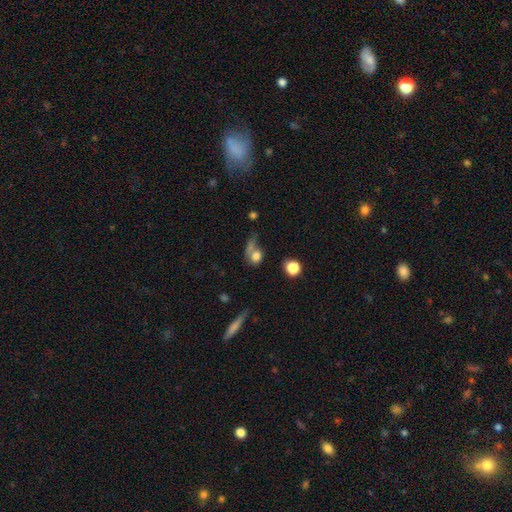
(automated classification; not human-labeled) A smooth galaxy with no disk features (73%) that is round (53%). Merging: none (36%).